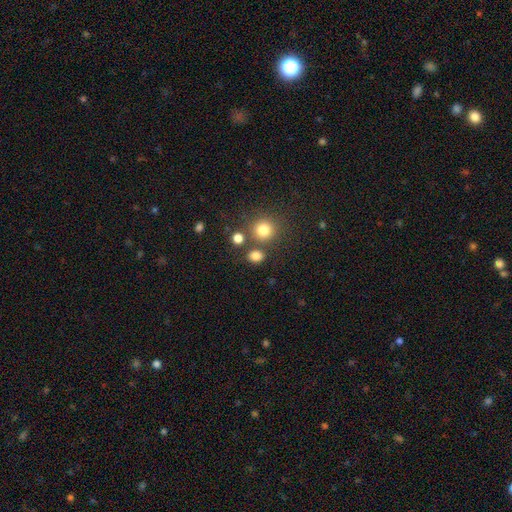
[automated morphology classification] A smooth galaxy with no disk features (80%) that is round (66%). Merging: none (73%).